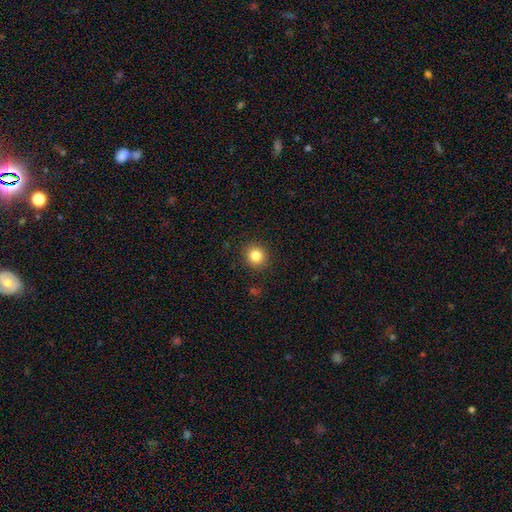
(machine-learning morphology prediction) Smooth or featured? smooth (83%)
How rounded? round (87%)
Merging? none (90%)